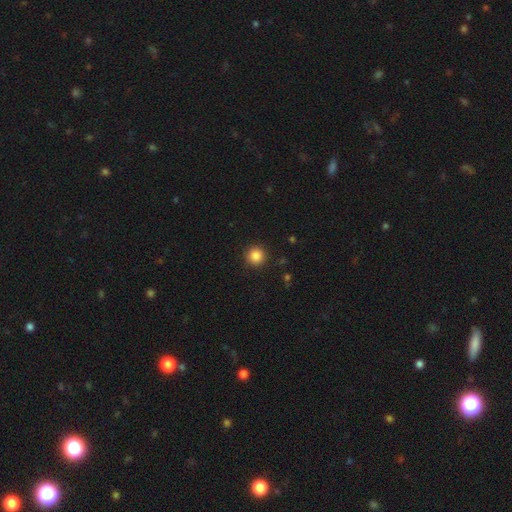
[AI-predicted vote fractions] smooth 86%, star or artifact 10%, featured or disk 4%. Down the decision tree: how rounded — round (95%); merging — none (92%).